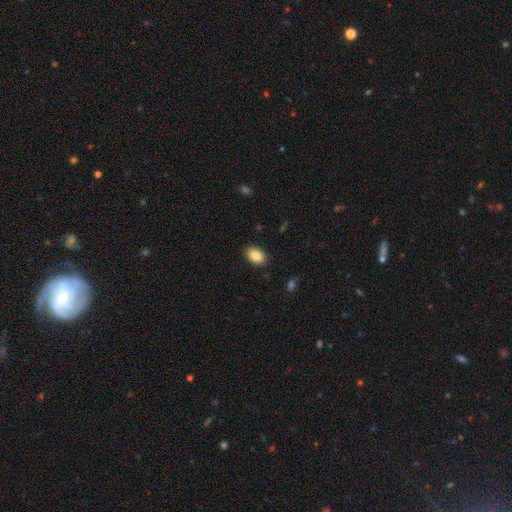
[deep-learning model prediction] Smooth or featured?
  - smooth: 86% *
  - star or artifact: 7%
  - featured or disk: 7%
How rounded?
  - in between: 88% *
  - round: 10%
  - cigar-shaped: 1%
Merging?
  - none: 88% *
  - minor disturbance: 9%
  - major disturbance: 2%
  - merger: 1%